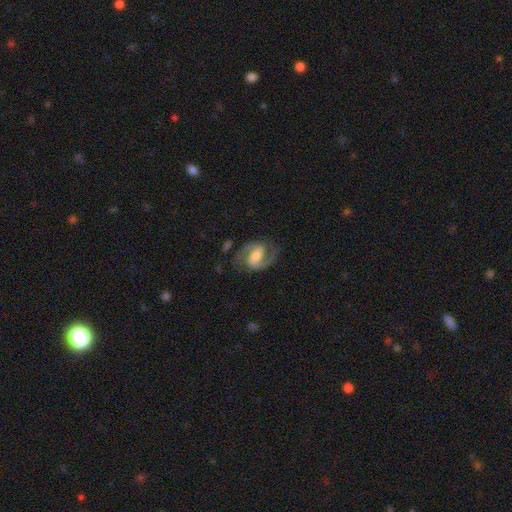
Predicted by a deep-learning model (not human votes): Morphology: type=featured or disk (89%); edge-on=no (98%); bar=weak (44%); spiral arms=yes (97%); winding=medium (61%); arm count=2 (93%); bulge=moderate (53%); merging=none (78%).